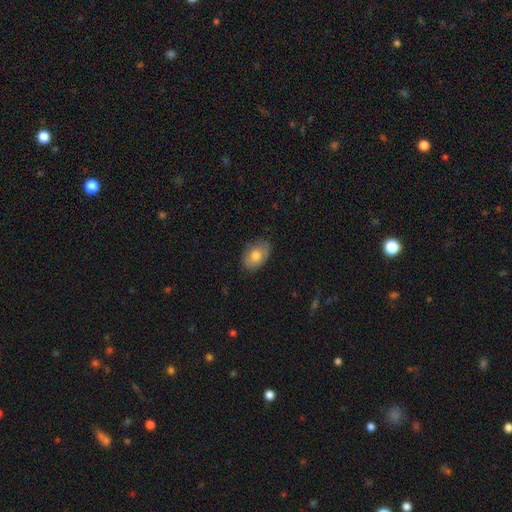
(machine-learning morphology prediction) type=smooth (73%); roundness=in between (84%); merging=none (79%).